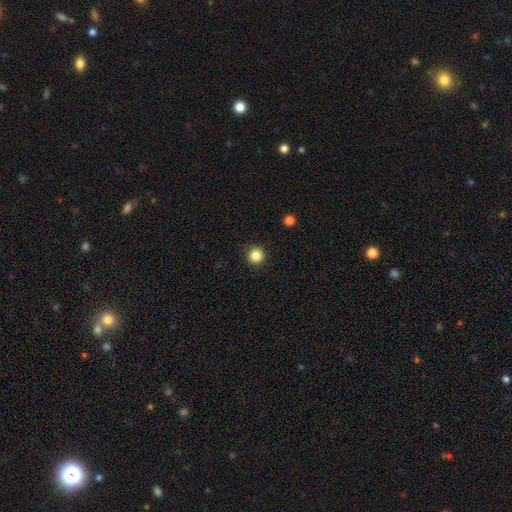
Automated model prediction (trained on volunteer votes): Q: Smooth or featured?
A: smooth (85%); runner-up: star or artifact (11%)
Q: How rounded?
A: round (95%); runner-up: in between (4%)
Q: Merging?
A: none (92%); runner-up: minor disturbance (5%)